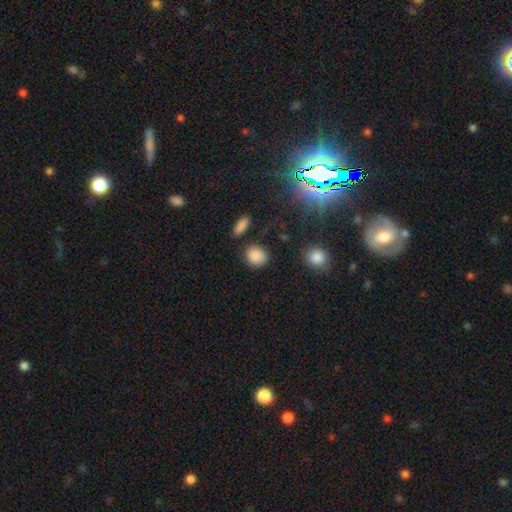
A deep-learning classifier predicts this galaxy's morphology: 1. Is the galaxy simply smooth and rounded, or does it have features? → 86% smooth, 10% star or artifact, 4% featured or disk.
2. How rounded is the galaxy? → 65% round, 33% in between, 2% cigar-shaped.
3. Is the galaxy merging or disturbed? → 81% none, 12% minor disturbance, 4% merger, 3% major disturbance.